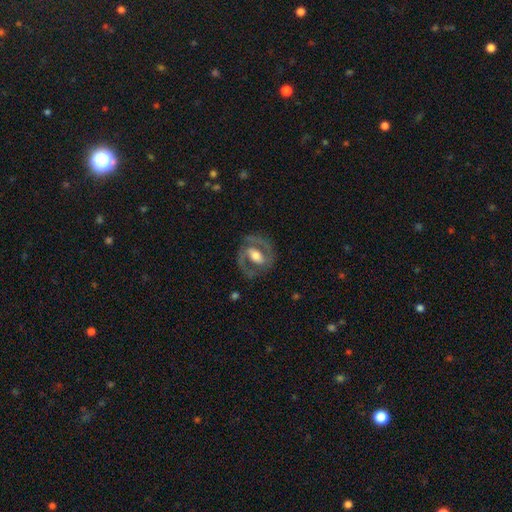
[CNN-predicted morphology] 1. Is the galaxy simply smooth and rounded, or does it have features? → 78% featured or disk, 17% smooth, 5% star or artifact.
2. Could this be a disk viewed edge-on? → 95% no, 5% yes.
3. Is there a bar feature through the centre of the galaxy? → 37% weak (tied), 37% strong (tied), 26% no.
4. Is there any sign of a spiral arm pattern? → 79% yes, 21% no.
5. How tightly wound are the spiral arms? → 52% medium, 31% tight, 16% loose.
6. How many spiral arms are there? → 86% 2, 6% can't tell, 4% 1, 1% 3, 1% 4, 1% more than 4.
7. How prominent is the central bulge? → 58% moderate, 25% large, 13% small, 2% none, 2% dominant.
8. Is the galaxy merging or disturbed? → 75% none, 14% minor disturbance, 9% major disturbance, 2% merger.